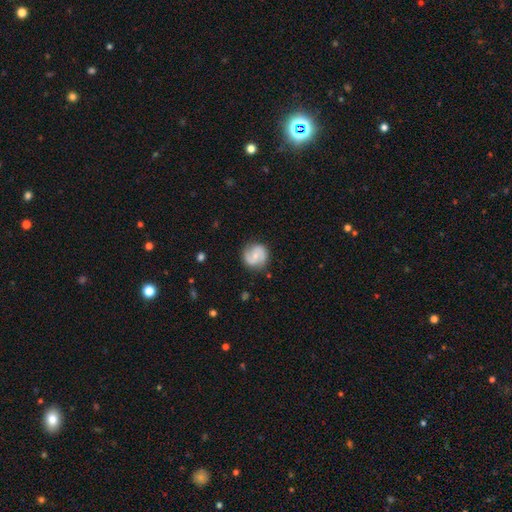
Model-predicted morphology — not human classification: featured or disk 71%, smooth 23%, star or artifact 6%. Down the decision tree: edge-on disk — no (98%); bar — no (50%); spiral arms — yes (94%); spiral arm count — 2 (88%); spiral winding — medium (47%); bulge size — small (57%); merging — none (80%).